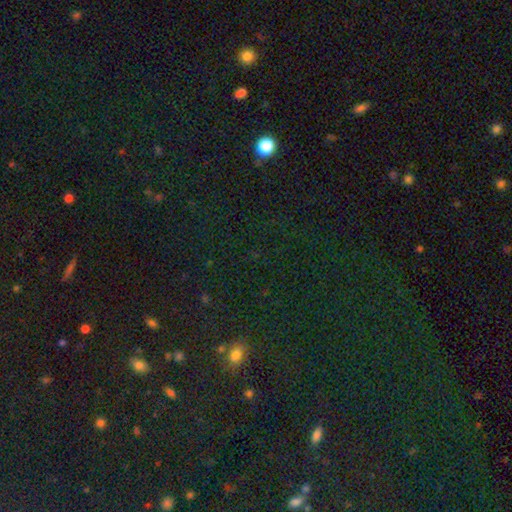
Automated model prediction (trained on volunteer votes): This appears to be a star or artifact, not a galaxy (70%).